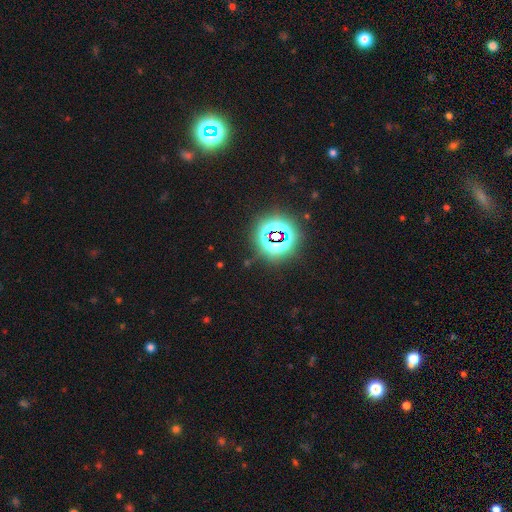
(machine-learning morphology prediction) type=star or artifact (81%).